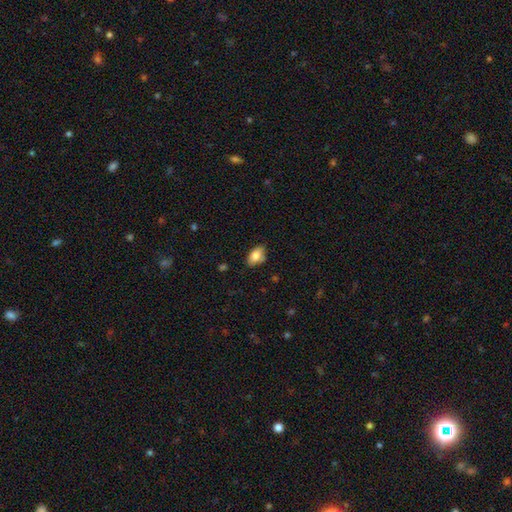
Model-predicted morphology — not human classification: smooth-or-featured: smooth: 81% | featured or disk: 12% | star or artifact: 7%
  how-rounded: in between: 91% | round: 6% | cigar-shaped: 3%
  merging: none: 75% | minor disturbance: 19% | merger: 3% | major disturbance: 3%